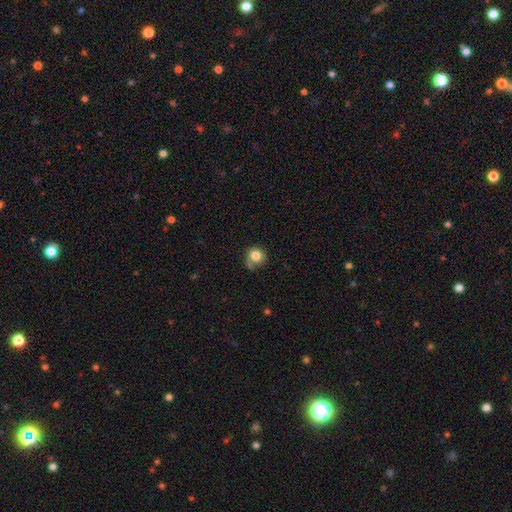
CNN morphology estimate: type=smooth (81%); roundness=round (86%); merging=none (57%).